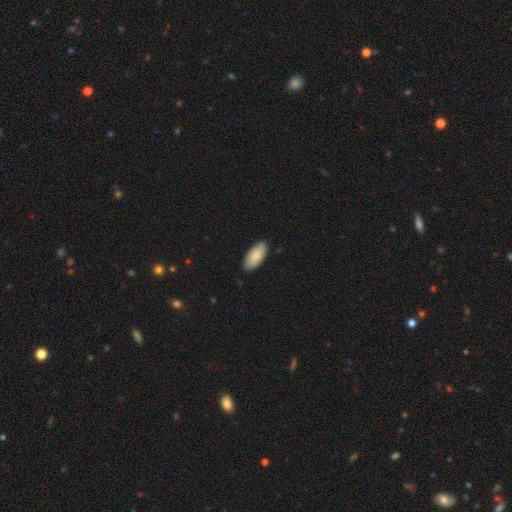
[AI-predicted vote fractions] This is clearly a smooth galaxy (87%). How rounded: clearly in between (91%). Merging: clearly none (86%).